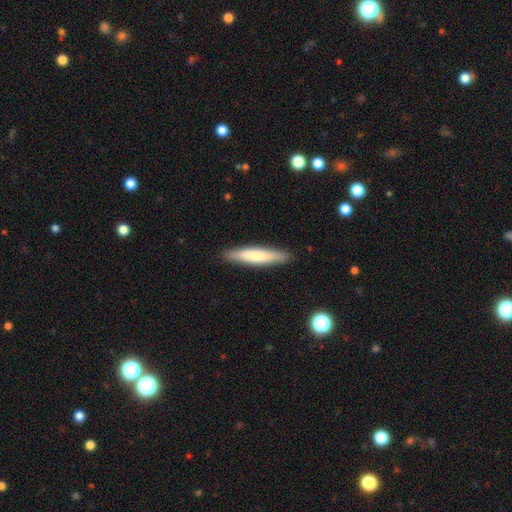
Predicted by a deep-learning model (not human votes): smooth-or-featured: smooth: 70% | featured or disk: 24% | star or artifact: 5%
  how-rounded: cigar-shaped: 89% | in between: 10% | round: 1%
  merging: none: 90% | minor disturbance: 8% | major disturbance: 2% | merger: 1%